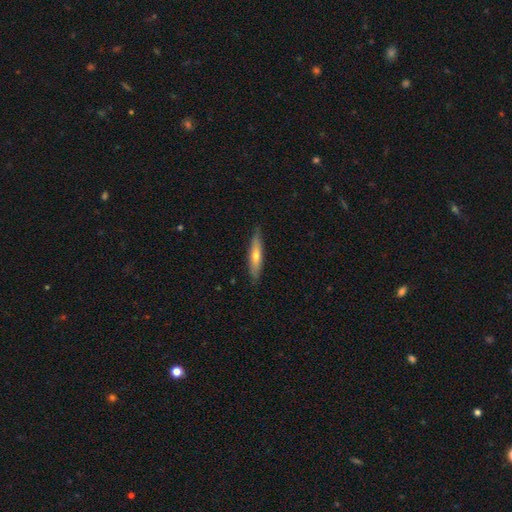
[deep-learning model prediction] Smooth or featured?
  - smooth: 54% *
  - featured or disk: 40%
  - star or artifact: 6%
How rounded?
  - cigar-shaped: 82% *
  - in between: 16%
  - round: 2%
Merging?
  - none: 86% *
  - minor disturbance: 12%
  - major disturbance: 2%
  - merger: 1%